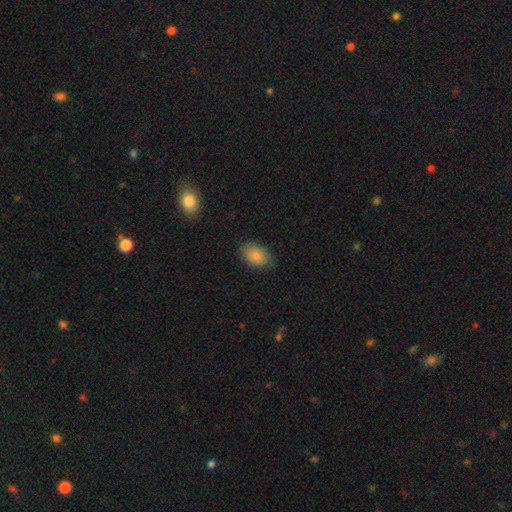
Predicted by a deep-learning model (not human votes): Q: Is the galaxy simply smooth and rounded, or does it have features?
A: smooth — 85%.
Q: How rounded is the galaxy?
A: in between — 87%.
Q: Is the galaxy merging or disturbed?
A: none — 82%.